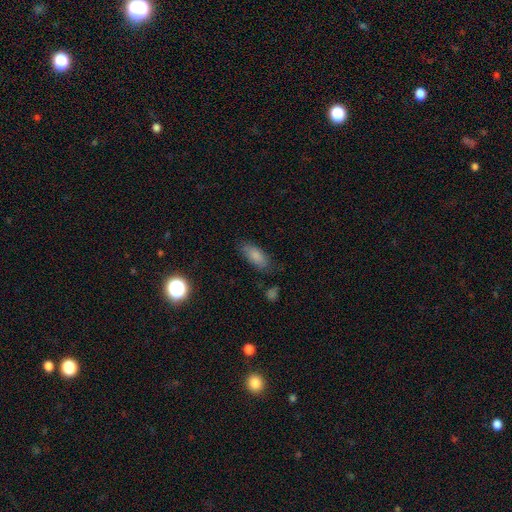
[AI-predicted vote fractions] smooth-or-featured: smooth: 82% | featured or disk: 9% | star or artifact: 9%
  how-rounded: in between: 81% | cigar-shaped: 16% | round: 3%
  merging: none: 75% | minor disturbance: 18% | major disturbance: 4% | merger: 2%